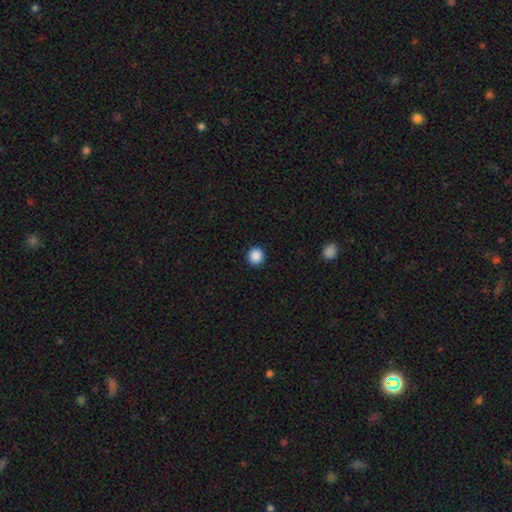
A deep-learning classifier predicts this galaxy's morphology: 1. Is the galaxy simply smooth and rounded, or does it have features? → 88% smooth, 10% star or artifact, 2% featured or disk.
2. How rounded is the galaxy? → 94% round, 5% in between, 1% cigar-shaped.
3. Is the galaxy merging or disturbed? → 93% none, 5% minor disturbance, 2% major disturbance, 1% merger.